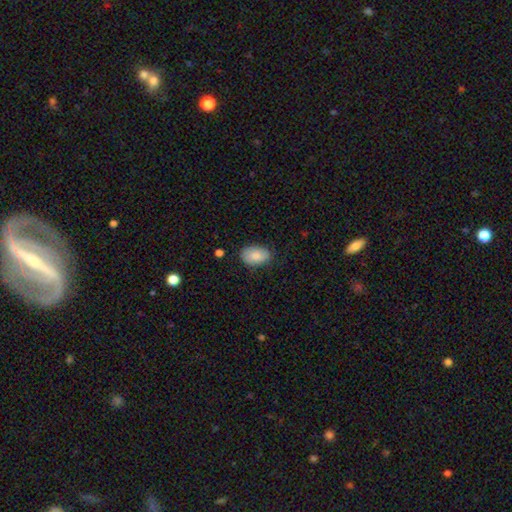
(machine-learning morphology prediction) Smooth or featured: smooth — 85% (featured or disk — 9%)
How rounded: in between — 90% (round — 9%)
Merging: none — 76% (minor disturbance — 19%)